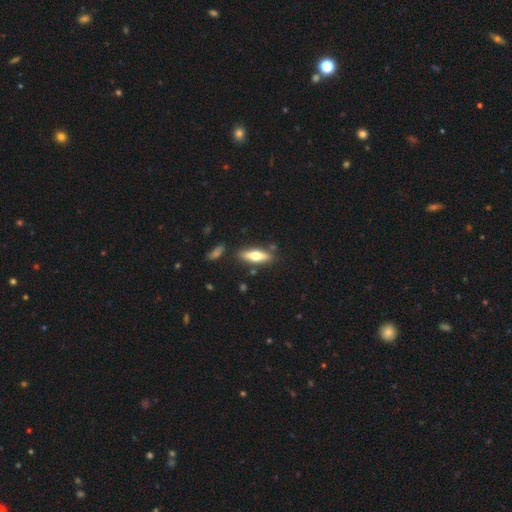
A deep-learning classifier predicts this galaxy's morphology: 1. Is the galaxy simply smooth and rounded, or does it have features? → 51% smooth, 43% featured or disk, 6% star or artifact.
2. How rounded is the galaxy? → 52% cigar-shaped, 45% in between, 2% round.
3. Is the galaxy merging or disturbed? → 81% none, 12% minor disturbance, 5% merger, 3% major disturbance.